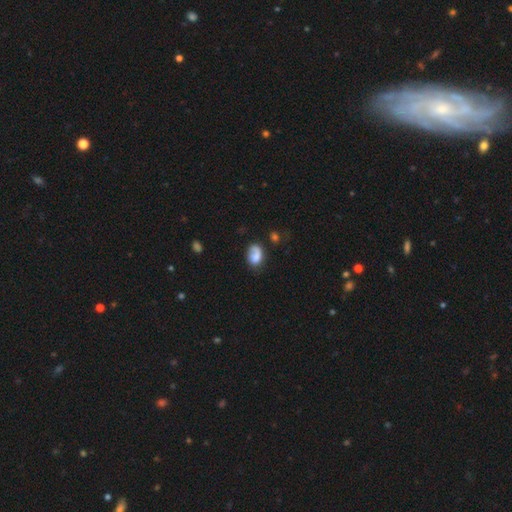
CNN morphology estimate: smooth-or-featured: smooth: 64% | featured or disk: 27% | star or artifact: 9%
  how-rounded: in between: 77% | round: 21% | cigar-shaped: 1%
  merging: none: 47% | minor disturbance: 26% | major disturbance: 19% | merger: 7%